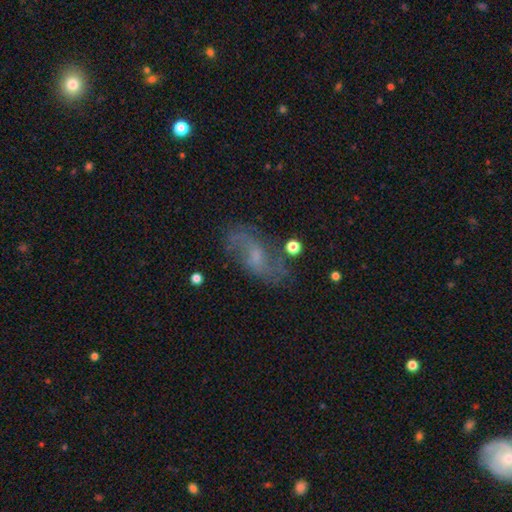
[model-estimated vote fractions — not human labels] Overall: featured or disk (66%). Edge-on disk: no (93%). Bar: weak (47%; no 43%). Spiral arms: yes (84%). Spiral arm count: 2 (76%). Spiral winding: loose (52%; medium 35%). Bulge size: small (49%; moderate 29%). Merging: none (67%).